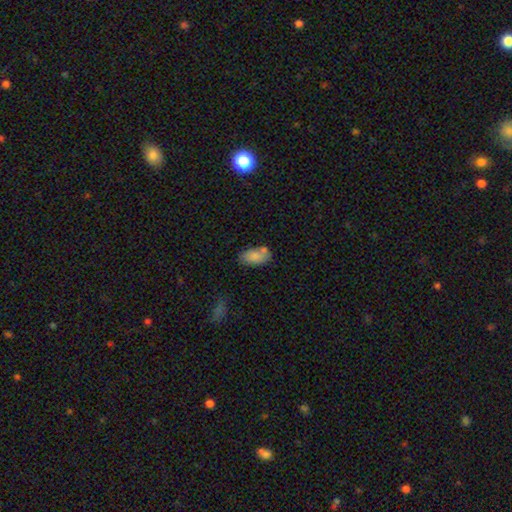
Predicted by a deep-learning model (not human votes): Overall: smooth (82%). How rounded: in between (93%). Merging: none (61%).